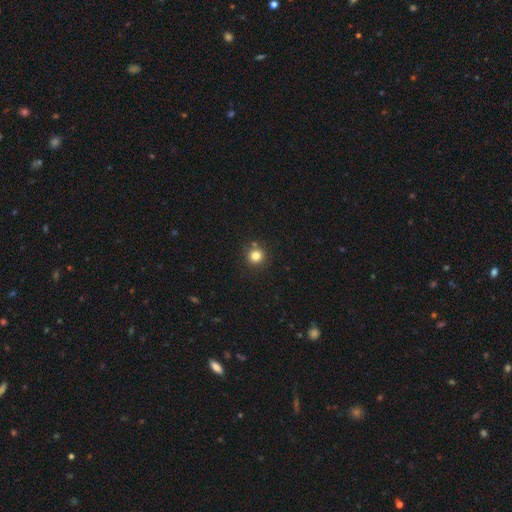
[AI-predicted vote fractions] Overall: smooth (81%). How rounded: round (93%). Merging: none (82%).